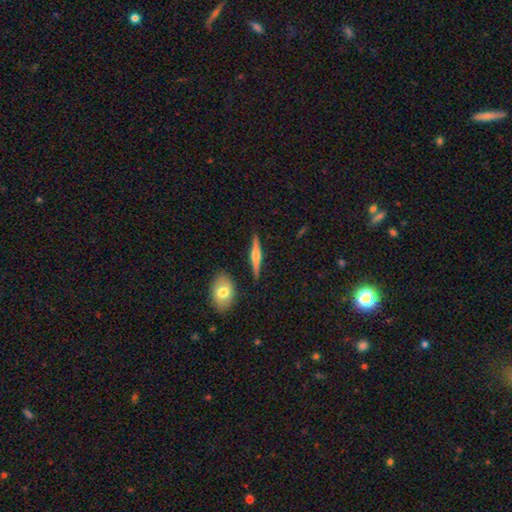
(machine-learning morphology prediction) This appears to be a featured or disk galaxy (64%) viewed edge-on (97%) with a rounded central bulge (85%). Merging: none (88%).